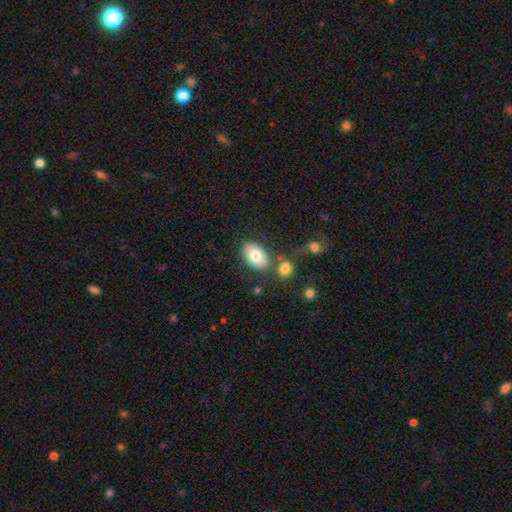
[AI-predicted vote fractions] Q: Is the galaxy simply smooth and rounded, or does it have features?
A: smooth — 79%.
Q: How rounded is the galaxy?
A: in between — 91%.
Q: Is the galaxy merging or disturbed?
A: none — 74%.